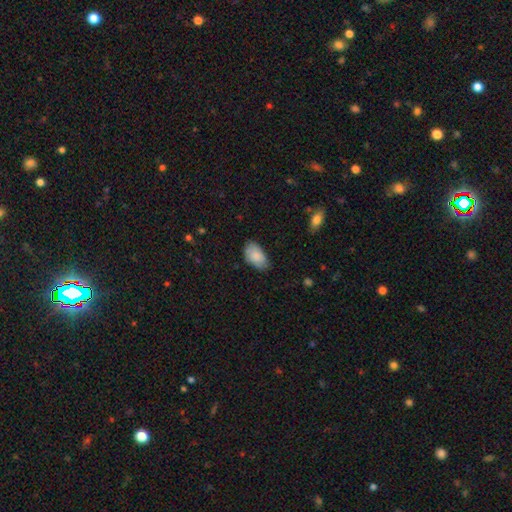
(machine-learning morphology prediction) type=smooth (85%); roundness=in between (93%); merging=none (68%).